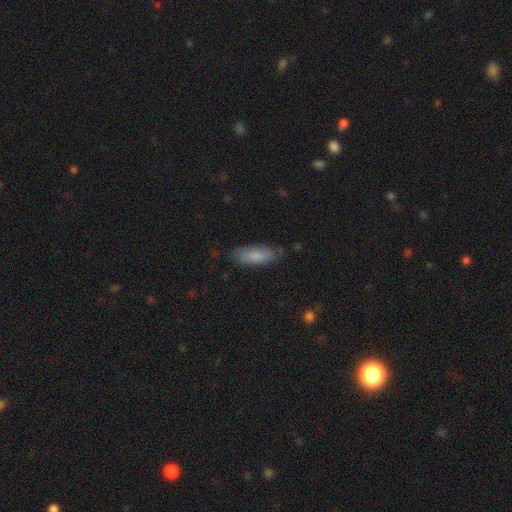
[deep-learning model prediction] Smooth or featured?
  - smooth: 78% *
  - featured or disk: 16%
  - star or artifact: 6%
How rounded?
  - in between: 66% *
  - cigar-shaped: 32%
  - round: 2%
Merging?
  - none: 76% *
  - minor disturbance: 18%
  - major disturbance: 4%
  - merger: 2%